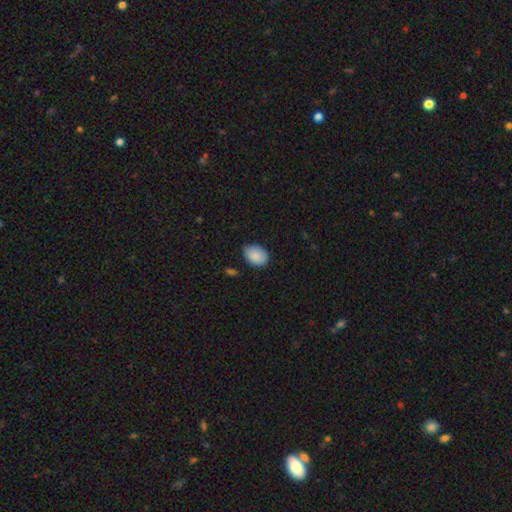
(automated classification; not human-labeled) smooth 86%, star or artifact 7%, featured or disk 7%. Down the decision tree: how rounded — in between (73%); merging — none (70%).